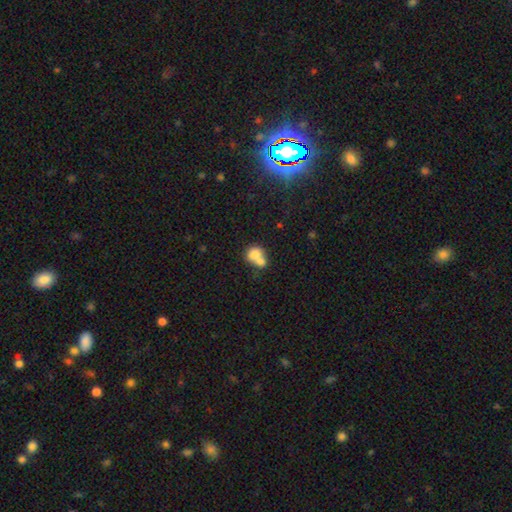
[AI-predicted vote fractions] Smooth or featured? Predicted: smooth (p=0.74). How rounded? Predicted: round (p=0.65). Merging? Predicted: merger (p=0.66).